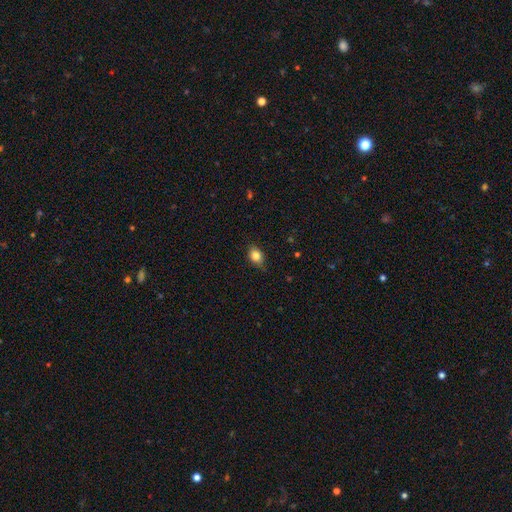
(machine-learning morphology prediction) Smooth or featured: smooth — 82% (star or artifact — 10%)
How rounded: in between — 58% (round — 40%)
Merging: none — 76% (minor disturbance — 19%)